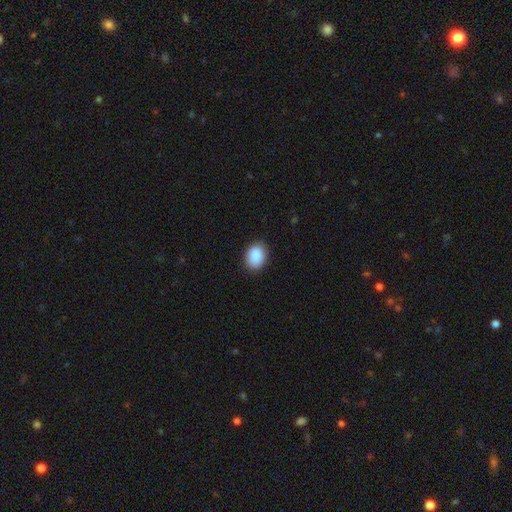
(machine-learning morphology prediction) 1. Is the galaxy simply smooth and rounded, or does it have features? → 89% smooth, 7% star or artifact, 4% featured or disk.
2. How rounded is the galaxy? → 64% in between, 35% round, 1% cigar-shaped.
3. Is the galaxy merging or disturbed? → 88% none, 9% minor disturbance, 2% major disturbance, 1% merger.